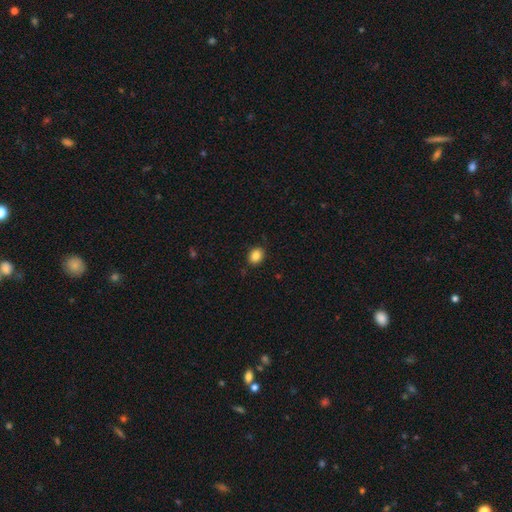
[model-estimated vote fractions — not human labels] Smooth or featured: smooth — 86% (star or artifact — 10%)
How rounded: round — 57% (in between — 42%)
Merging: none — 88% (minor disturbance — 9%)